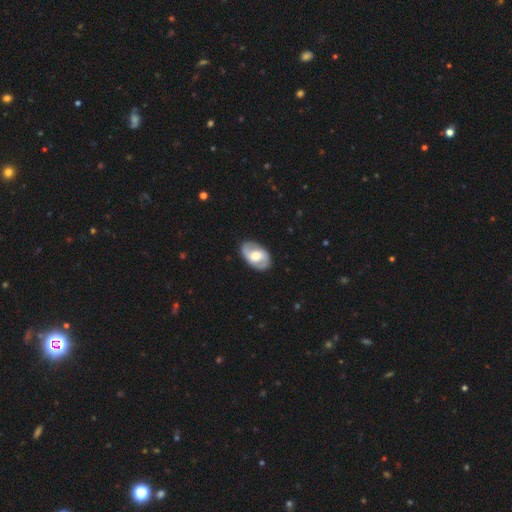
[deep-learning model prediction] Overall: featured or disk (65%; smooth 30%). Edge-on disk: no (95%). Bar: no (42%; weak 41%). Spiral arms: yes (77%). Bulge size: moderate (67%). Merging: none (85%).